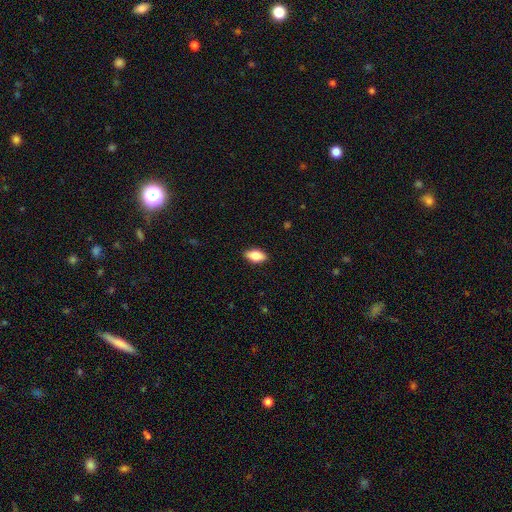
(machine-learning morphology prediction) Smooth or featured: smooth — 79% (featured or disk — 14%)
How rounded: in between — 89% (cigar-shaped — 7%)
Merging: none — 88% (minor disturbance — 9%)